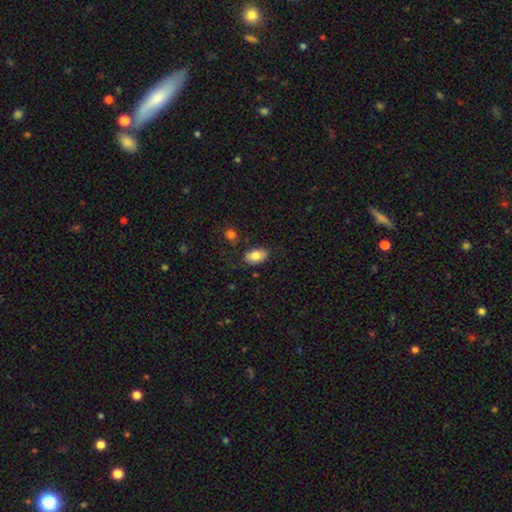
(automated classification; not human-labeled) Smooth or featured? smooth (81%)
How rounded? in between (90%)
Merging? none (82%)